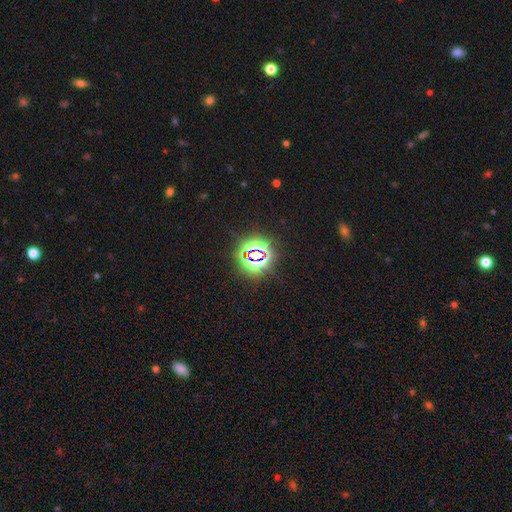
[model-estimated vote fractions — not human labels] A star or artifact, not a galaxy (79%).